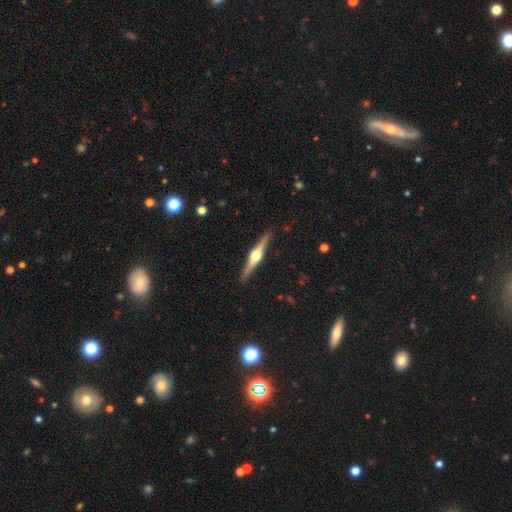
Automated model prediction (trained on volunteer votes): Q: Smooth or featured?
A: featured or disk (81%); runner-up: smooth (15%)
Q: Edge-on disk?
A: yes (98%); runner-up: no (2%)
Q: Edge-on bulge?
A: rounded (95%); runner-up: boxy (4%)
Q: Merging?
A: none (91%); runner-up: minor disturbance (7%)